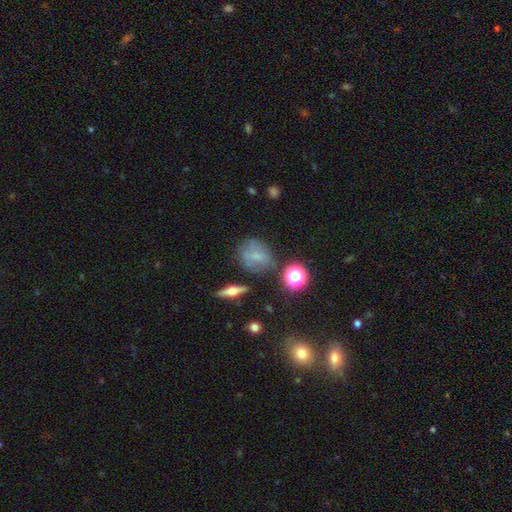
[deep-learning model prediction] smooth 58%, featured or disk 25%, star or artifact 17%. Down the decision tree: how rounded — round (62%); merging — none (62%).